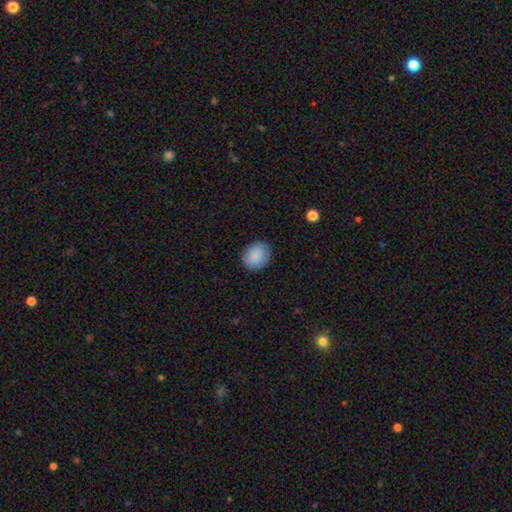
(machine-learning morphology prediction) The model was most divided on "how rounded": round: 57%, in between: 42%, cigar-shaped: 1%. More confident: smooth or featured — smooth (89%); merging — none (87%).